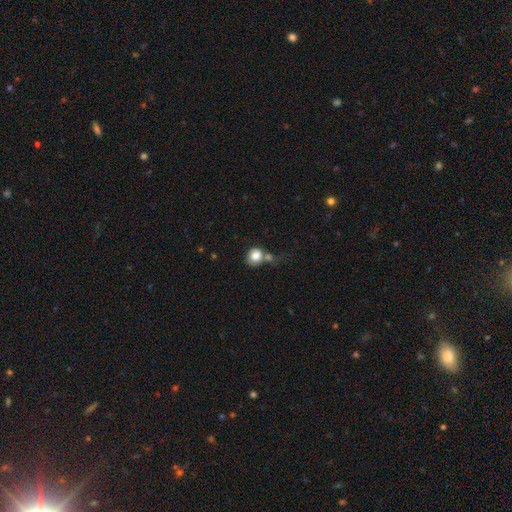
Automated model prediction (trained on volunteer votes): Q: Smooth or featured?
A: smooth (81%); runner-up: featured or disk (10%)
Q: How rounded?
A: round (78%); runner-up: in between (21%)
Q: Merging?
A: none (42%); runner-up: merger (33%)